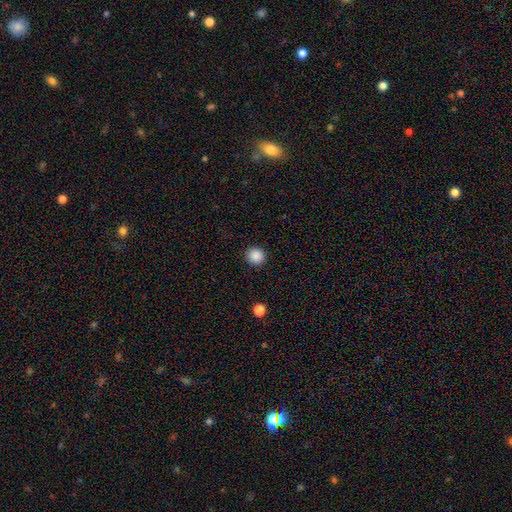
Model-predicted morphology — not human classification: Overall: smooth (88%). How rounded: round (92%). Merging: none (92%).